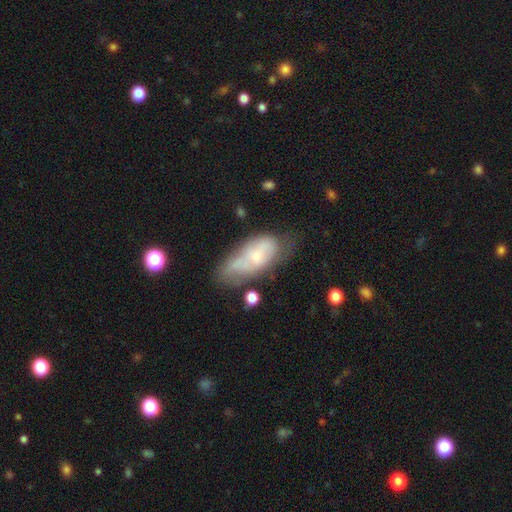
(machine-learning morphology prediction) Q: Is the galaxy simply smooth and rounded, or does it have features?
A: smooth — 48%.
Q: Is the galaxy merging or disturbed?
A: none — 40%.